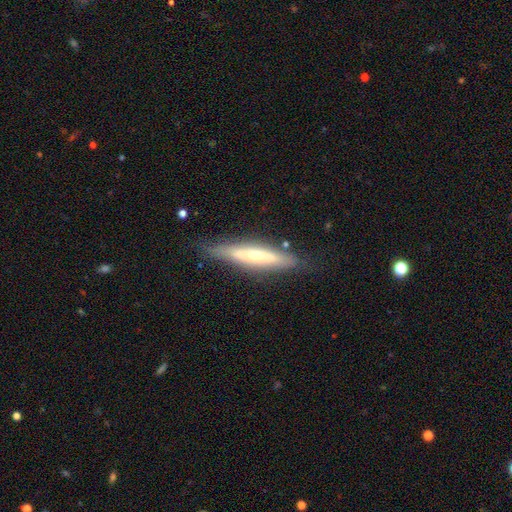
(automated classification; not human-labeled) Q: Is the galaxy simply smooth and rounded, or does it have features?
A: featured or disk — 60%.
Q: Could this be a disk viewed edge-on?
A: yes — 81%.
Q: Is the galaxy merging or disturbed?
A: none — 77%.